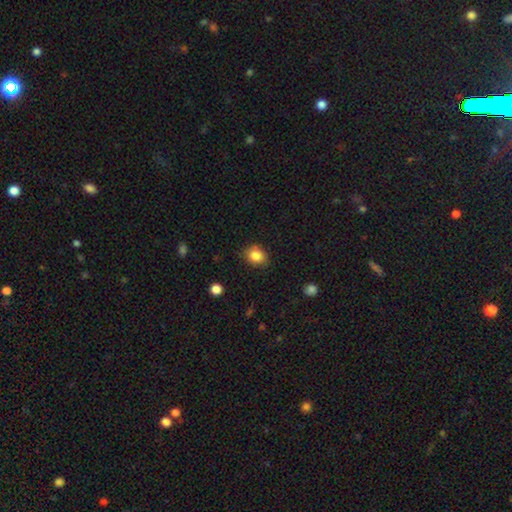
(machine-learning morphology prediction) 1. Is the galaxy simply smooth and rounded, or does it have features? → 84% smooth, 10% star or artifact, 6% featured or disk.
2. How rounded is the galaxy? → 57% round, 42% in between, 1% cigar-shaped.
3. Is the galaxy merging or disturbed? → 80% none, 15% minor disturbance, 3% major disturbance, 2% merger.